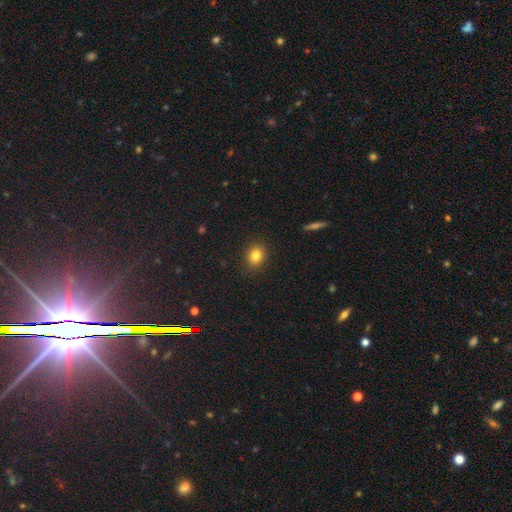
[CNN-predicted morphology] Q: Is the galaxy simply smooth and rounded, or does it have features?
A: smooth — 83%.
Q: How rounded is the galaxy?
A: round — 57%.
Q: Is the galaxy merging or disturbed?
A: none — 89%.